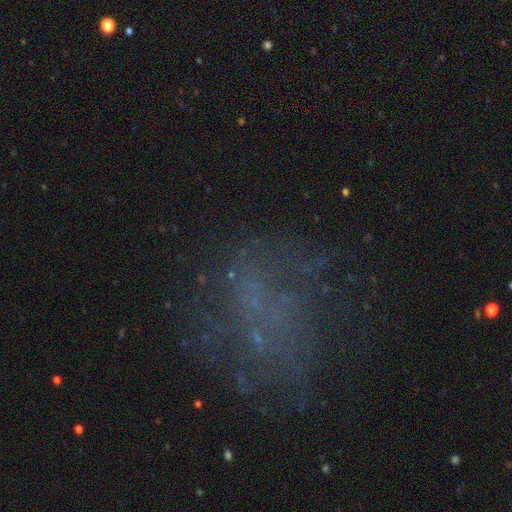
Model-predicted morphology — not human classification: This appears to be a featured or disk galaxy (42%). Merging: none (56%).